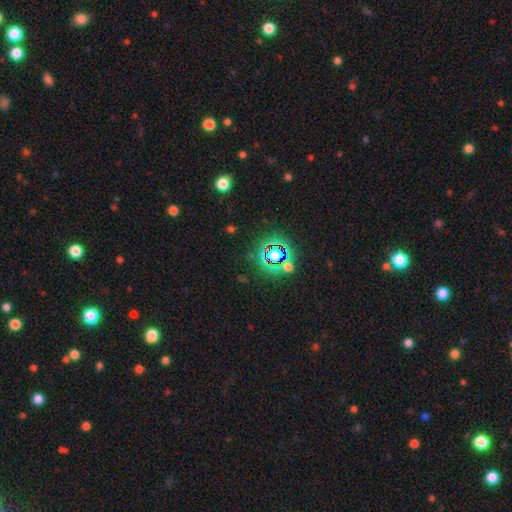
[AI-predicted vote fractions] smooth_or_featured: star or artifact (p=0.79) [alt: smooth p=0.13]